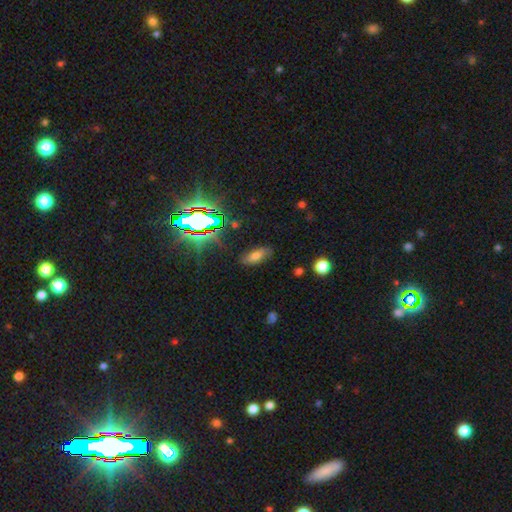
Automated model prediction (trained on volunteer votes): Smooth or featured? smooth (61%)
How rounded? in between (80%)
Merging? none (78%)